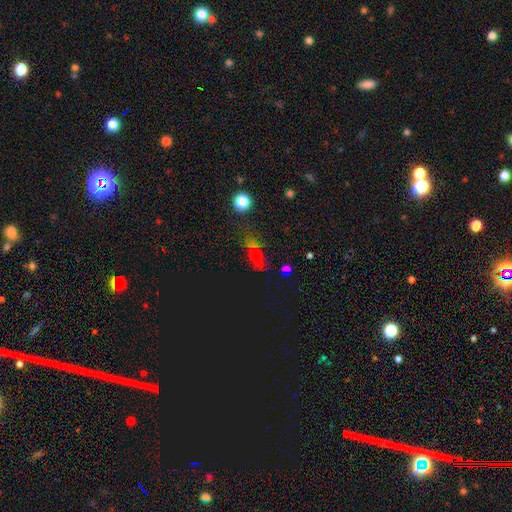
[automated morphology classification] type=smooth (46%); merging=none (61%).